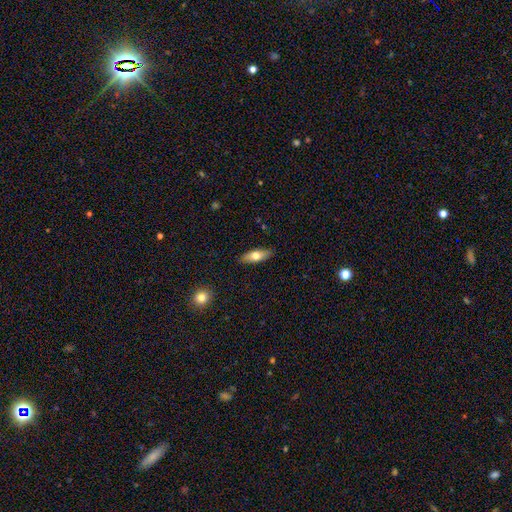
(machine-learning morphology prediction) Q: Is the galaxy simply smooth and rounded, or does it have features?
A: smooth — 70%.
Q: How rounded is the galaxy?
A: in between — 69%.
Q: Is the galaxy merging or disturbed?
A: none — 88%.